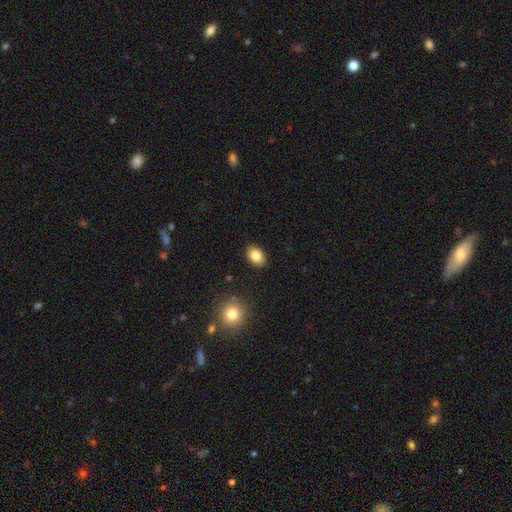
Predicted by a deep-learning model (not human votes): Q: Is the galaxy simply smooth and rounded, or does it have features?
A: smooth — 83%.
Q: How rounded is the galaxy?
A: in between — 80%.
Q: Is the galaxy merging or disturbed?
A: none — 89%.